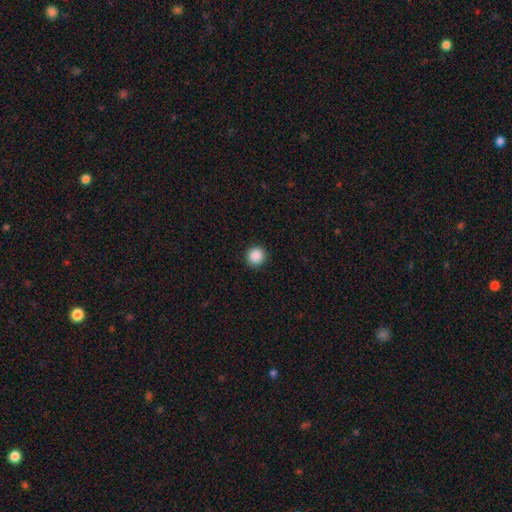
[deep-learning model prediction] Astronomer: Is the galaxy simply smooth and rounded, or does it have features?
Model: smooth — 89%.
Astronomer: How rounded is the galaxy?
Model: round — 95%.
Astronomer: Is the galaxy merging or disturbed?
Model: none — 93%.